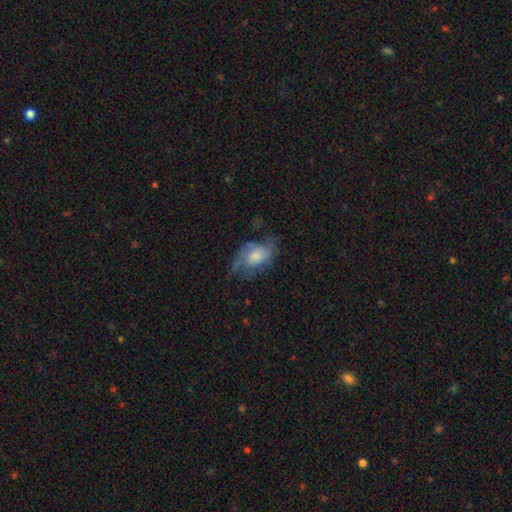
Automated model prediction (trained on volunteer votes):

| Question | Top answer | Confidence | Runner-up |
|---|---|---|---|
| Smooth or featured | featured or disk | 61% | smooth (30%) |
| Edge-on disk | no | 95% | yes (5%) |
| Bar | no | 69% | weak (26%) |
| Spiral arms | yes | 83% | no (17%) |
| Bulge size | moderate | 42% | small (32%) |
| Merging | none | 50% | minor disturbance (26%) |